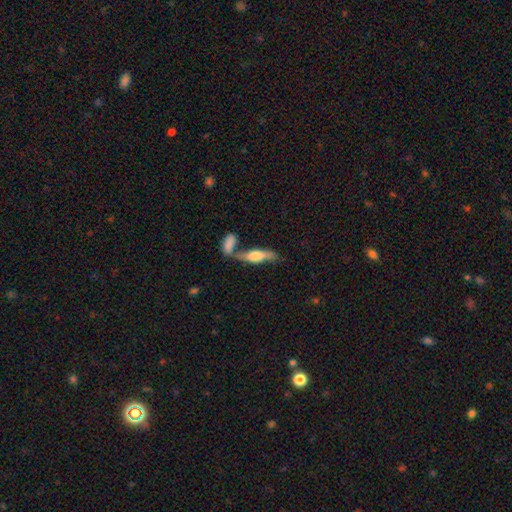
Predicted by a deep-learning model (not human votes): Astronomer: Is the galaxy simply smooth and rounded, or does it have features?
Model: smooth — 49% (runner-up: featured or disk, 44%).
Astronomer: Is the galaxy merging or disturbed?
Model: none — 48% (runner-up: merger, 32%).